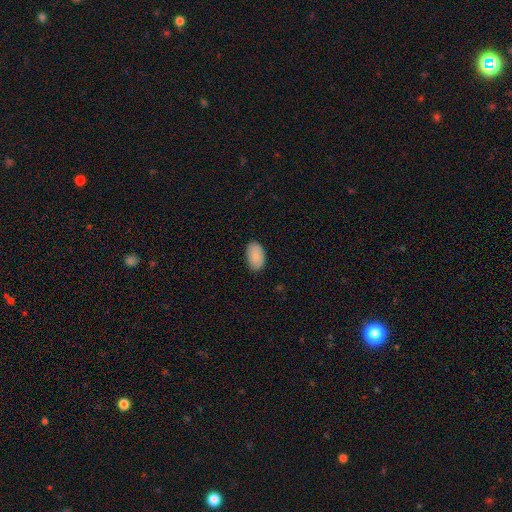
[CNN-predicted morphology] Smooth or featured? smooth (88%)
How rounded? in between (93%)
Merging? none (86%)